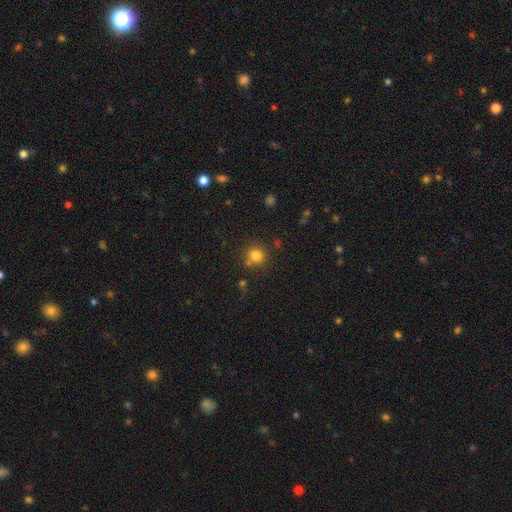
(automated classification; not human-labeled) Smooth or featured?
  - smooth: 80% *
  - star or artifact: 14%
  - featured or disk: 6%
How rounded?
  - round: 91% *
  - in between: 8%
  - cigar-shaped: 1%
Merging?
  - none: 77% *
  - merger: 10%
  - minor disturbance: 10%
  - major disturbance: 3%